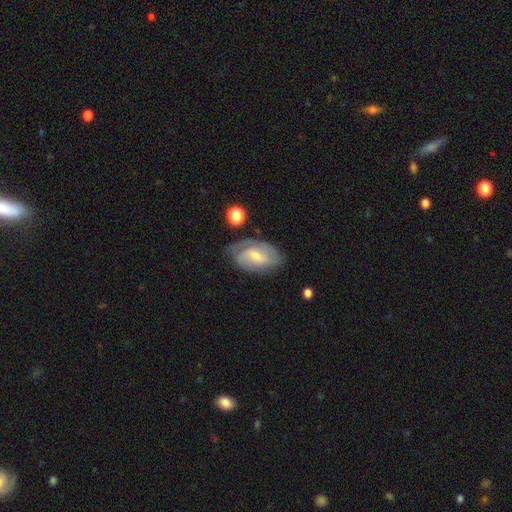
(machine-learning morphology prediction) This appears to be a featured or disk galaxy (69%) with a weak bar (48%), 2 (49%) tight (48%) spiral arms (89%) and a small central bulge (55%). Merging: none (67%).